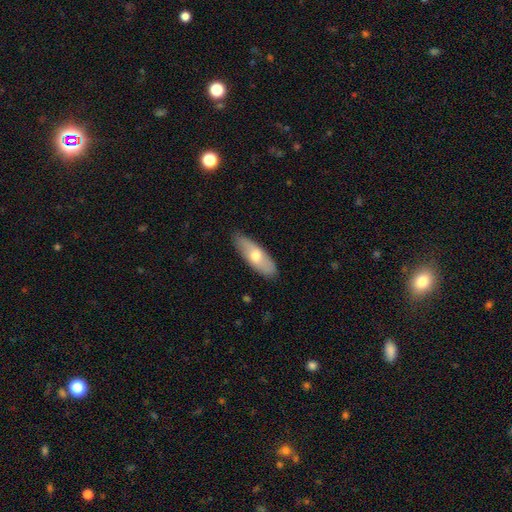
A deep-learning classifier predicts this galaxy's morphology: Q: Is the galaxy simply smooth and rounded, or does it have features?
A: smooth — 61%.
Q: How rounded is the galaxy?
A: in between — 65%.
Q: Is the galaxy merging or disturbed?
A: none — 85%.